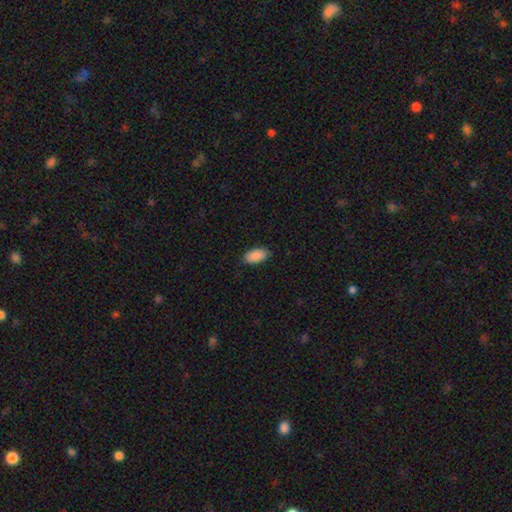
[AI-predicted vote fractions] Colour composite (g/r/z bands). It shows a smooth galaxy with no disk features (91%) that is in between round and cigar-shaped (94%). Merging: none (87%).